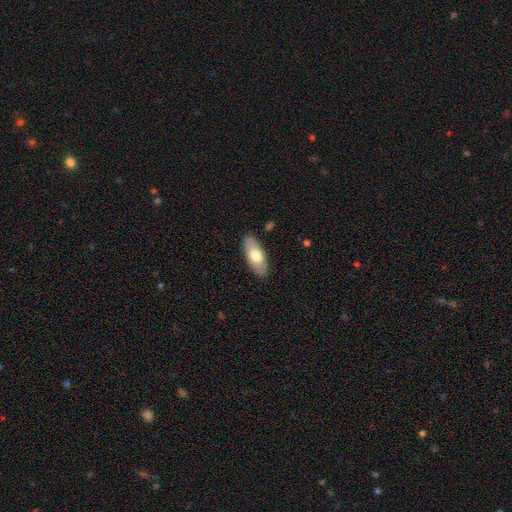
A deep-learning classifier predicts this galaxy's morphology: This is likely a smooth galaxy (66%). How rounded: clearly in between (87%). Merging: clearly none (87%).